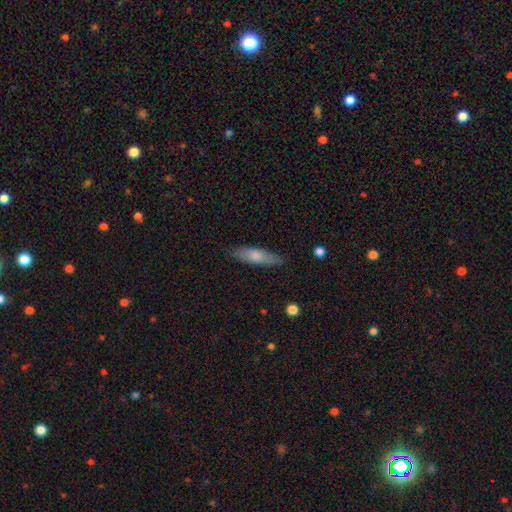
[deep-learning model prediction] smooth_or_featured: smooth (p=0.70) [alt: featured or disk p=0.24]
how_rounded: cigar-shaped (p=0.59) [alt: in between p=0.39]
merging: none (p=0.81) [alt: minor disturbance p=0.15]